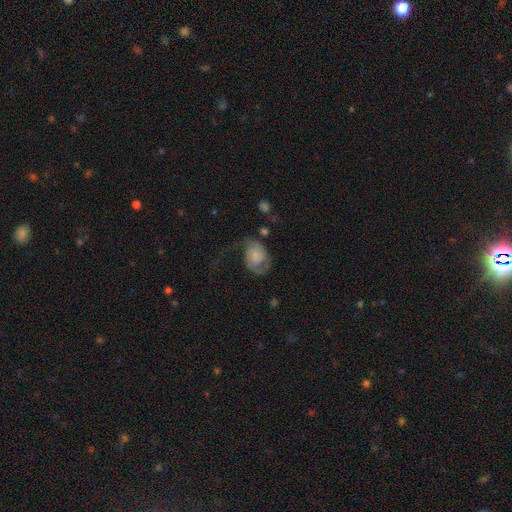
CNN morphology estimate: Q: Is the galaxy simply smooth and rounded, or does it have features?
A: featured or disk — 58%.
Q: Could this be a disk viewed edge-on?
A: no — 97%.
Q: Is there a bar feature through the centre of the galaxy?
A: no — 70%.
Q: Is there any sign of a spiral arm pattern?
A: yes — 84%.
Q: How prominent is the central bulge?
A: none — 35%.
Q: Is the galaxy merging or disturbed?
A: major disturbance — 42%.